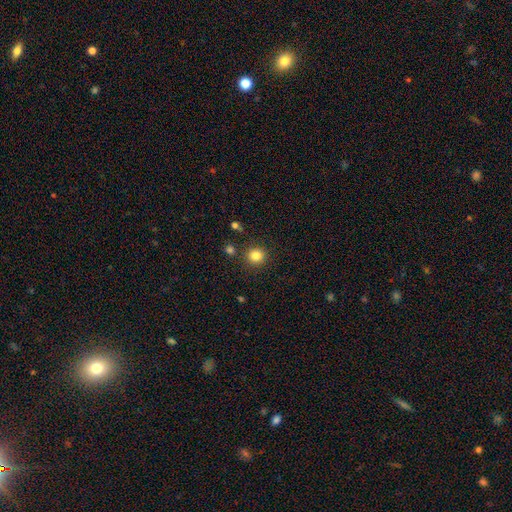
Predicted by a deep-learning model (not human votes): smooth-or-featured: smooth: 83% | star or artifact: 11% | featured or disk: 5%
  how-rounded: round: 91% | in between: 8% | cigar-shaped: 1%
  merging: none: 88% | minor disturbance: 7% | merger: 3% | major disturbance: 2%